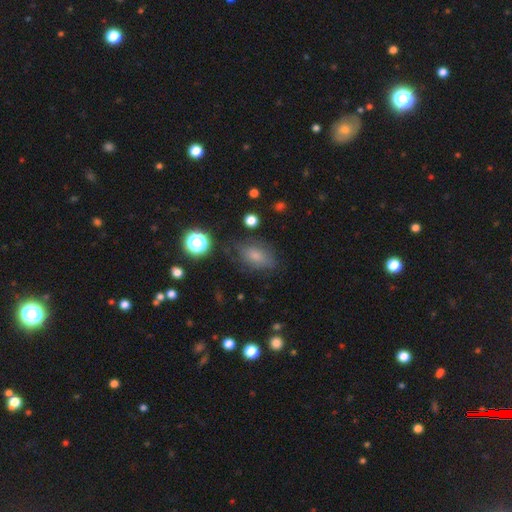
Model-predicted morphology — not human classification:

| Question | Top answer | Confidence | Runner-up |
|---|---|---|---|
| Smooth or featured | smooth | 71% | star or artifact (15%) |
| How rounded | in between | 81% | round (16%) |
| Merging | none | 68% | minor disturbance (21%) |